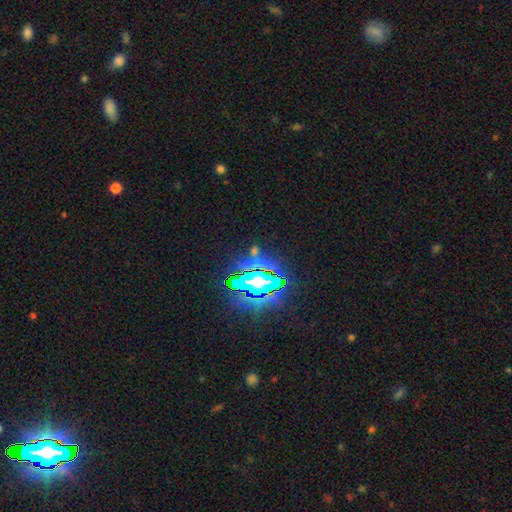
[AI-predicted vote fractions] smooth_or_featured: star or artifact (p=0.73) [alt: smooth p=0.14]